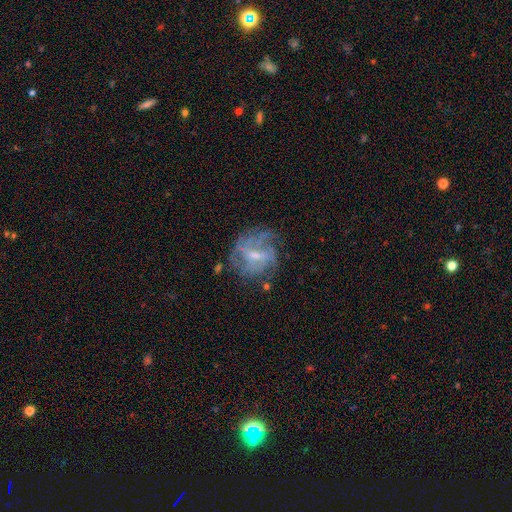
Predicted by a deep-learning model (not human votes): The model was most divided on "spiral winding" (2-way tie): medium: 39%, tight: 39%, loose: 22%. Remaining: edge-on disk — no (97%); spiral arms — yes (75%); smooth or featured — featured or disk (73%); merging — none (58%); bar — weak (54%); bulge size — small (51%); spiral arm count — can't tell (46%).